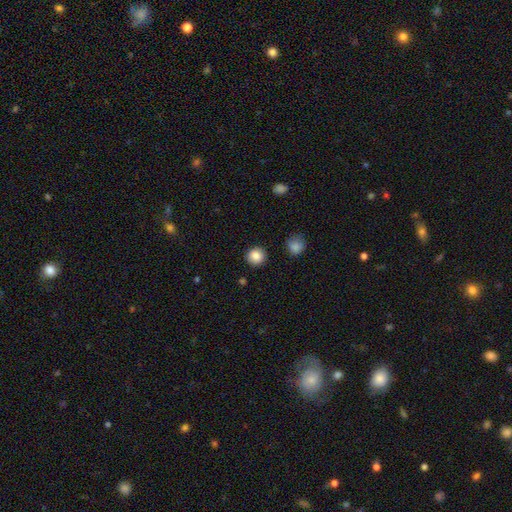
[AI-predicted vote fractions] Q: Smooth or featured?
A: smooth (86%); runner-up: star or artifact (9%)
Q: How rounded?
A: round (92%); runner-up: in between (7%)
Q: Merging?
A: none (90%); runner-up: minor disturbance (6%)